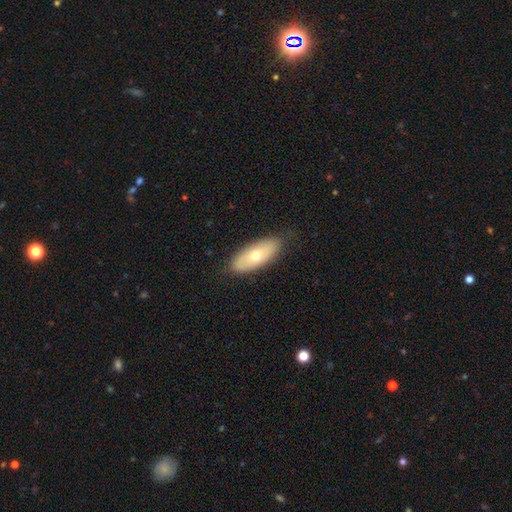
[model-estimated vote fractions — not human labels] A smooth galaxy with no disk features (64%) that is in between round and cigar-shaped (83%).

Vote fractions:
- Smooth or featured? smooth: 64% / featured or disk: 30% / star or artifact: 6%
- How rounded? in between: 83% / cigar-shaped: 14% / round: 3%
- Merging? none: 83% / minor disturbance: 13% / major disturbance: 3% / merger: 1%